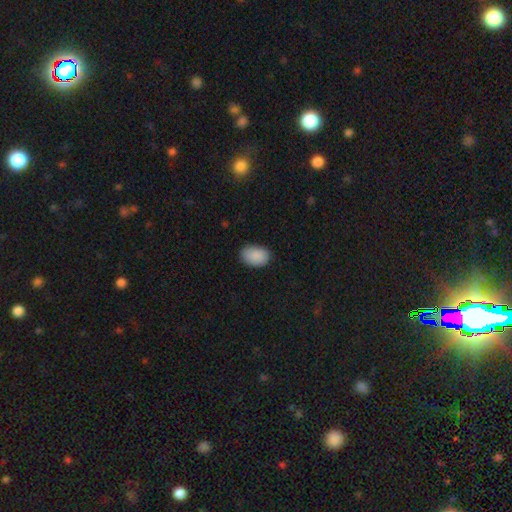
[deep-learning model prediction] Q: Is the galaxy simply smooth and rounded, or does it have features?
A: smooth — 89%.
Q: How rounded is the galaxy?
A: in between — 85%.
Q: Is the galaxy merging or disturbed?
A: none — 82%.